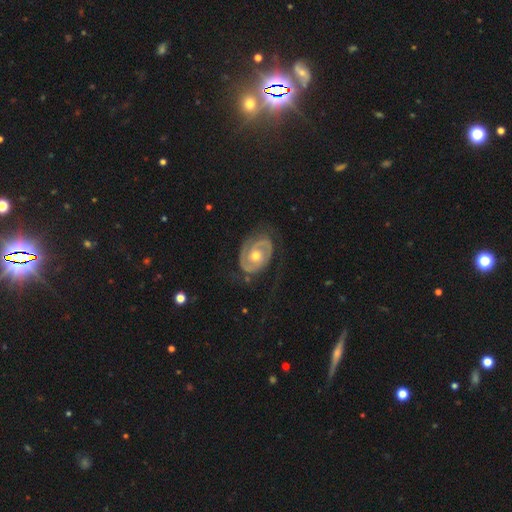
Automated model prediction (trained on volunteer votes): Q: Smooth or featured?
A: featured or disk (86%); runner-up: smooth (10%)
Q: Edge-on disk?
A: no (97%); runner-up: yes (3%)
Q: Bar?
A: no (71%); runner-up: weak (23%)
Q: Spiral arms?
A: yes (91%); runner-up: no (9%)
Q: Spiral winding?
A: tight (59%); runner-up: medium (31%)
Q: Spiral arm count?
A: 2 (79%); runner-up: can't tell (9%)
Q: Bulge size?
A: moderate (74%); runner-up: small (20%)
Q: Merging?
A: none (70%); runner-up: minor disturbance (18%)